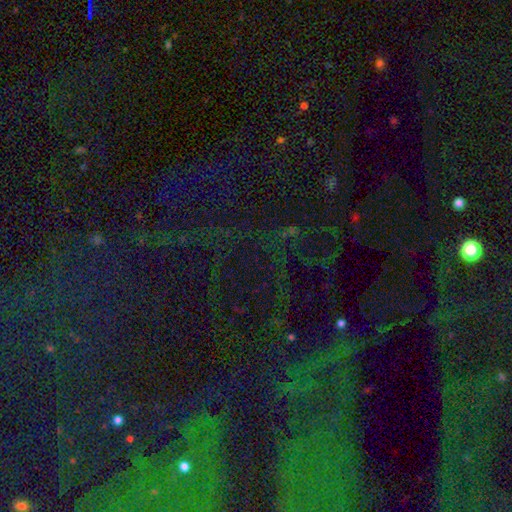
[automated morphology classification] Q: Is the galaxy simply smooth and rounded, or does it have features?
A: star or artifact — 79%.